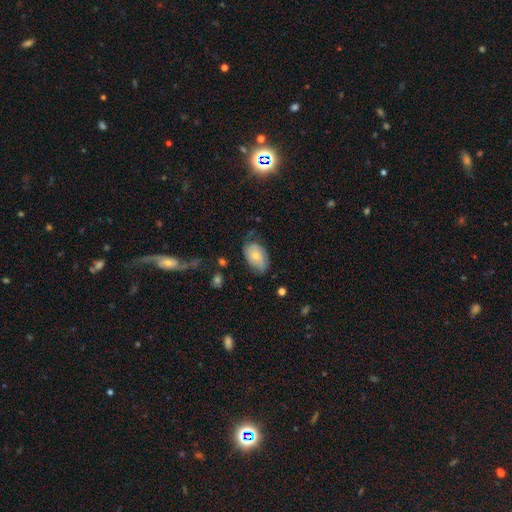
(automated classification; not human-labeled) smooth_or_featured: smooth (p=0.60) [alt: featured or disk p=0.32]
how_rounded: in between (p=0.89) [alt: round p=0.09]
merging: none (p=0.58) [alt: minor disturbance p=0.32]